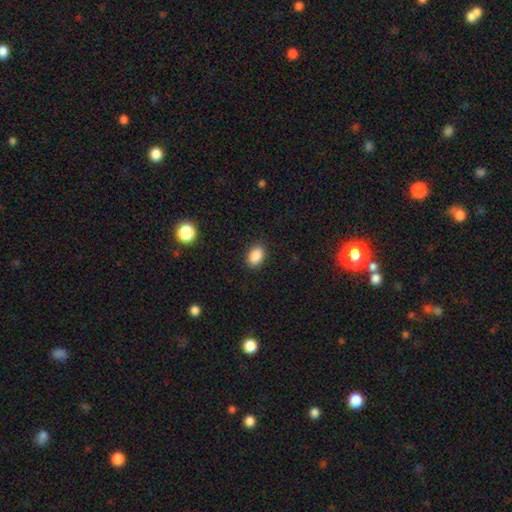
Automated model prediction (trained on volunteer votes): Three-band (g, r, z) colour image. It shows a smooth galaxy with no disk features (88%) that is in between round and cigar-shaped (85%). Merging: none (87%).